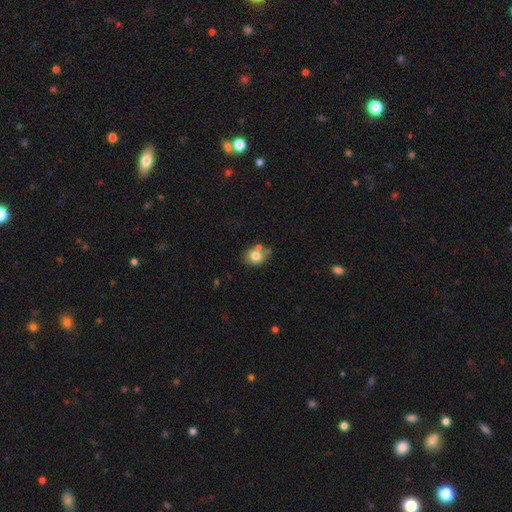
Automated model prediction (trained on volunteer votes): A smooth galaxy with no disk features (78%) that is round (61%).

Vote fractions:
- Smooth or featured? smooth: 78% / featured or disk: 12% / star or artifact: 10%
- How rounded? round: 61% / in between: 38% / cigar-shaped: 1%
- Merging? none: 58% / merger: 22% / minor disturbance: 16% / major disturbance: 4%